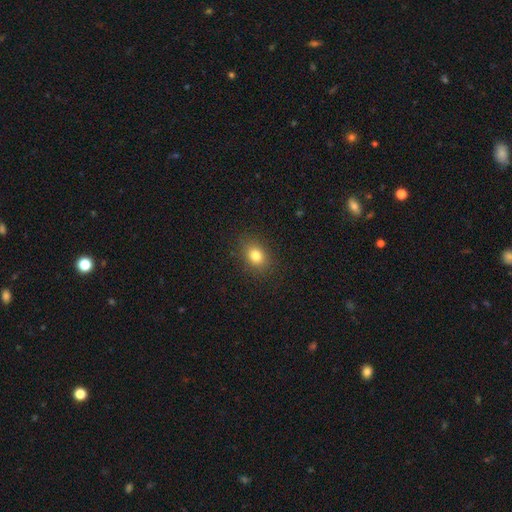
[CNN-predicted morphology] Smooth or featured: smooth — 81% (star or artifact — 12%)
How rounded: in between — 61% (round — 38%)
Merging: none — 87% (minor disturbance — 9%)